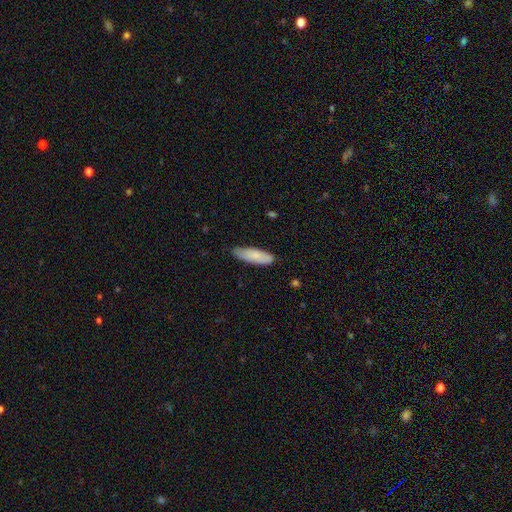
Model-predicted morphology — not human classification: Q: Smooth or featured?
A: smooth (80%); runner-up: featured or disk (14%)
Q: How rounded?
A: in between (52%); runner-up: cigar-shaped (47%)
Q: Merging?
A: none (75%); runner-up: minor disturbance (21%)